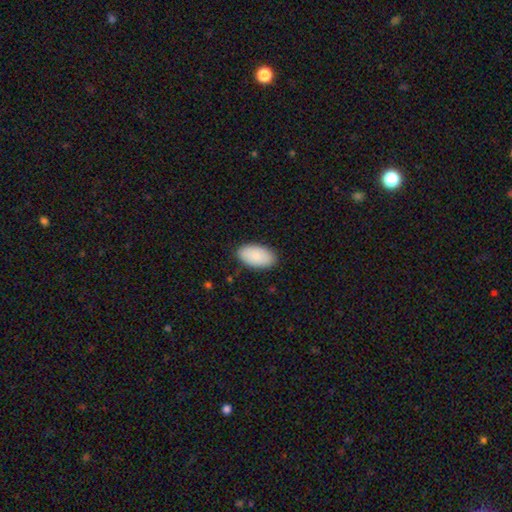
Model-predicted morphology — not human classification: Smooth or featured?
  - smooth: 88% *
  - featured or disk: 6%
  - star or artifact: 6%
How rounded?
  - in between: 96% *
  - round: 3%
  - cigar-shaped: 2%
Merging?
  - none: 86% *
  - minor disturbance: 10%
  - major disturbance: 2%
  - merger: 1%